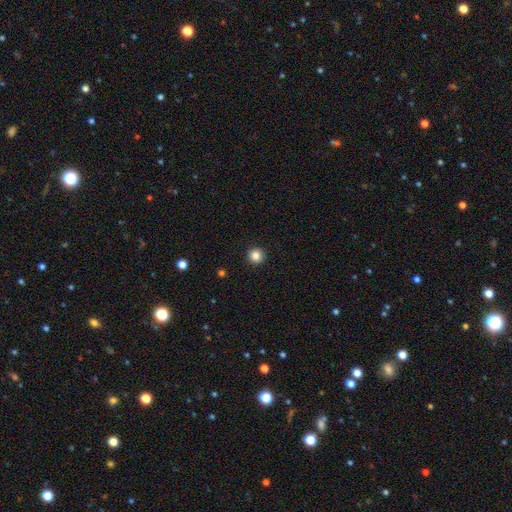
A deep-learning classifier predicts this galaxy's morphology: Smooth or featured? smooth (85%)
How rounded? round (96%)
Merging? none (93%)